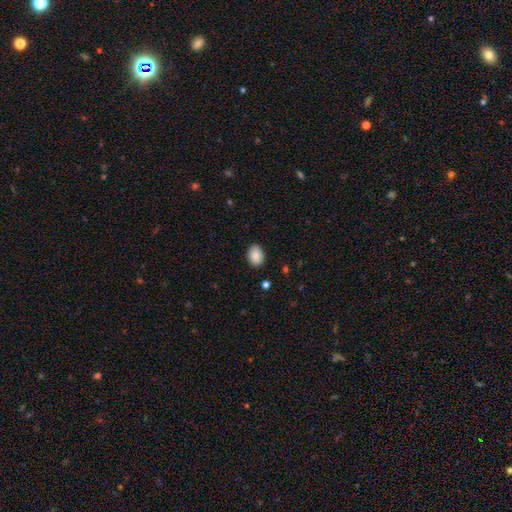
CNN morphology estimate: Q: Smooth or featured?
A: smooth (88%); runner-up: star or artifact (7%)
Q: How rounded?
A: in between (73%); runner-up: round (26%)
Q: Merging?
A: none (88%); runner-up: minor disturbance (9%)